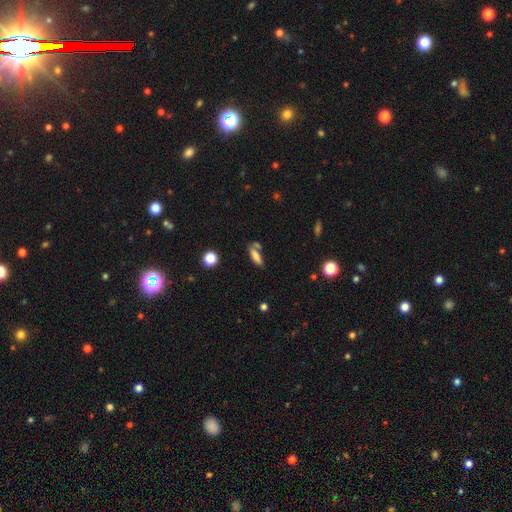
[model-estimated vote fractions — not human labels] A smooth galaxy with no disk features (77%) that is in between round and cigar-shaped (53%).

Vote fractions:
- Smooth or featured? smooth: 77% / featured or disk: 13% / star or artifact: 10%
- How rounded? in between: 53% / cigar-shaped: 44% / round: 4%
- Merging? none: 54% / merger: 24% / minor disturbance: 16% / major disturbance: 6%